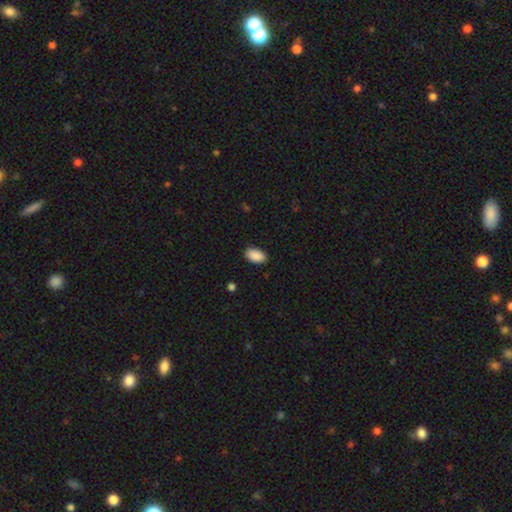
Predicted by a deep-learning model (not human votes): Morphology: type=smooth (90%); roundness=in between (94%); merging=none (86%).